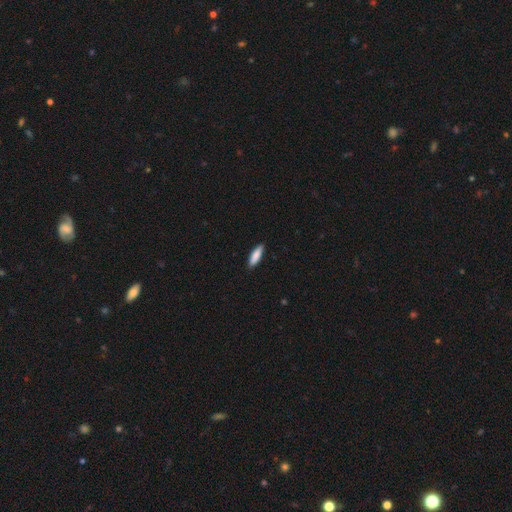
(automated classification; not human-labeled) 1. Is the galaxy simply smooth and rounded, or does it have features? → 86% smooth, 8% featured or disk, 6% star or artifact.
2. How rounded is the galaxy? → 54% cigar-shaped, 44% in between, 2% round.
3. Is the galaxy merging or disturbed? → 88% none, 9% minor disturbance, 2% major disturbance, 1% merger.